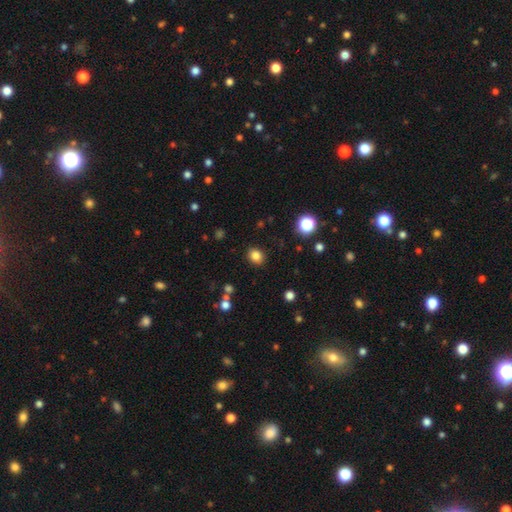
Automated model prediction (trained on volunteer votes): A smooth galaxy with no disk features (83%) that is round (63%). Merging: none (88%).